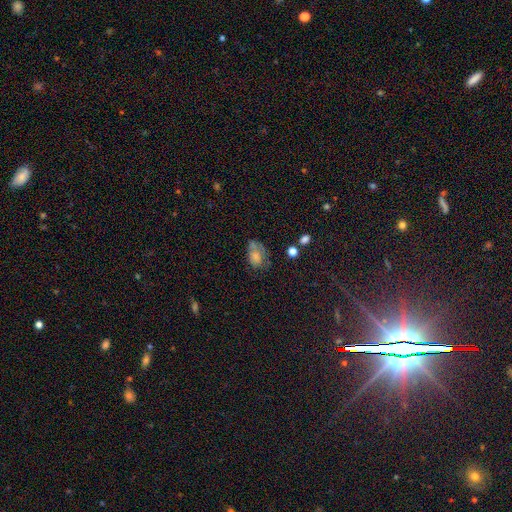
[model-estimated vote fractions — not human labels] Morphology: type=smooth (64%); roundness=in between (82%); merging=none (43%).